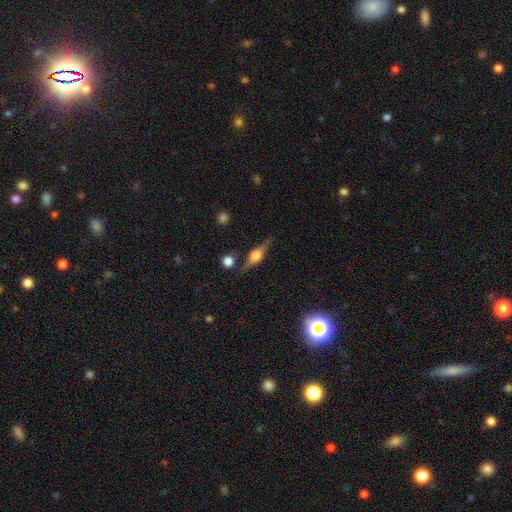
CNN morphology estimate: Smooth or featured: featured or disk — 71% (smooth — 21%)
Edge-on disk: yes — 96% (no — 4%)
Edge-on bulge: rounded — 88% (boxy — 10%)
Merging: none — 78% (minor disturbance — 12%)